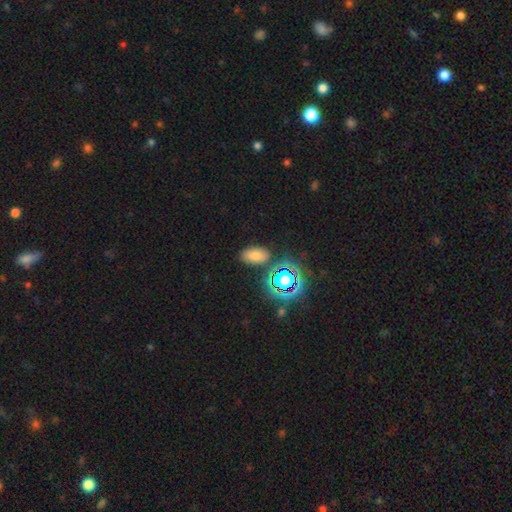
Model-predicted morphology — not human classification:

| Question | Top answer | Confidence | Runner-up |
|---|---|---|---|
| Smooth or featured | smooth | 70% | star or artifact (22%) |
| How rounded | in between | 90% | round (7%) |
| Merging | none | 81% | minor disturbance (11%) |